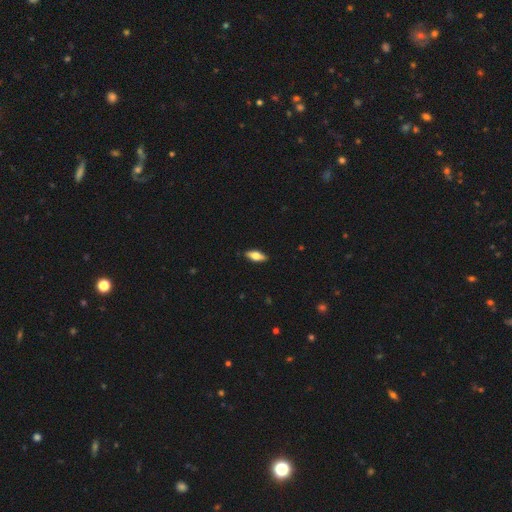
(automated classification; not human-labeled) smooth 64%, featured or disk 30%, star or artifact 6%. Down the decision tree: how rounded — in between (74%); merging — none (89%).